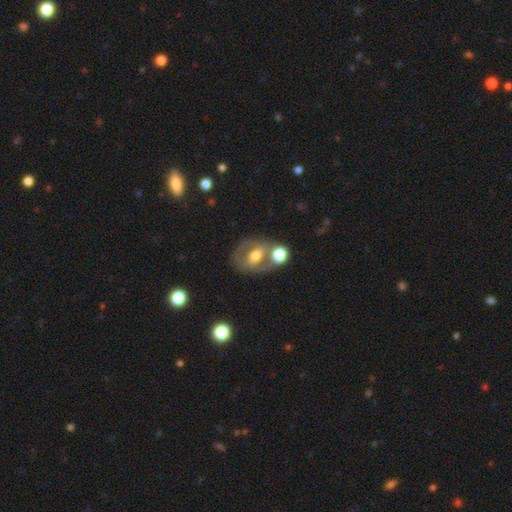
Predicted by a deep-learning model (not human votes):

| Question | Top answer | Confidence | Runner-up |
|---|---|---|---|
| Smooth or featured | featured or disk | 51% | smooth (40%) |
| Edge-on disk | no | 92% | yes (8%) |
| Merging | none | 49% | merger (29%) |